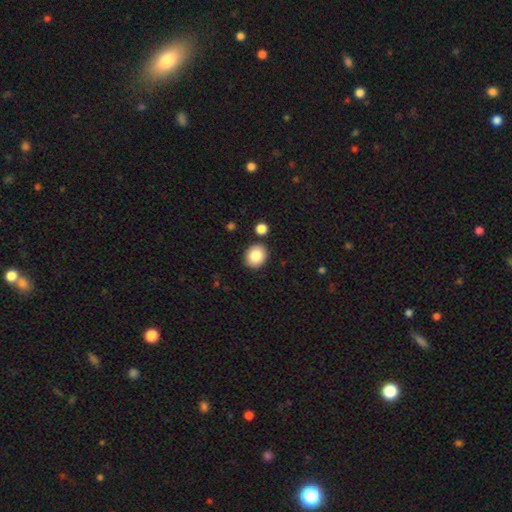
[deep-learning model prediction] The model was most divided on "how rounded": round: 69%, in between: 30%, cigar-shaped: 1%. More confident: merging — none (86%); smooth or featured — smooth (85%).